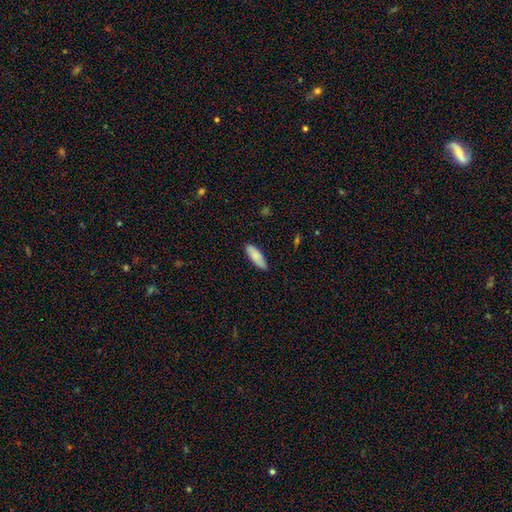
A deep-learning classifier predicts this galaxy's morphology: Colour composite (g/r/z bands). It shows a smooth galaxy with no disk features (82%) that is in between round and cigar-shaped (57%). Merging: none (84%).